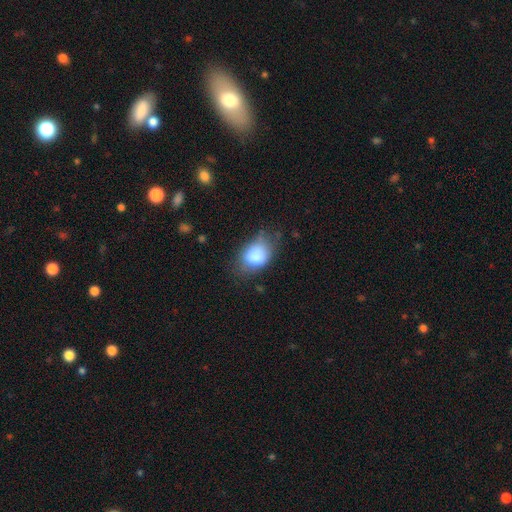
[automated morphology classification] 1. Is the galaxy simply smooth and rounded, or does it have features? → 84% smooth, 8% featured or disk, 8% star or artifact.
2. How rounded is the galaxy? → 77% in between, 22% round, 1% cigar-shaped.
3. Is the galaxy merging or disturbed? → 54% none, 31% minor disturbance, 12% major disturbance, 3% merger.